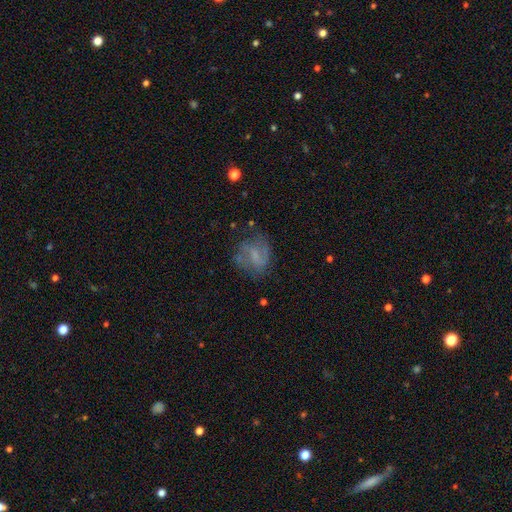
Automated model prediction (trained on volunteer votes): This appears to be a featured or disk galaxy (60%) with a weak bar (48%), spiral arms (72%) and a small central bulge (41%). Merging: none (55%).